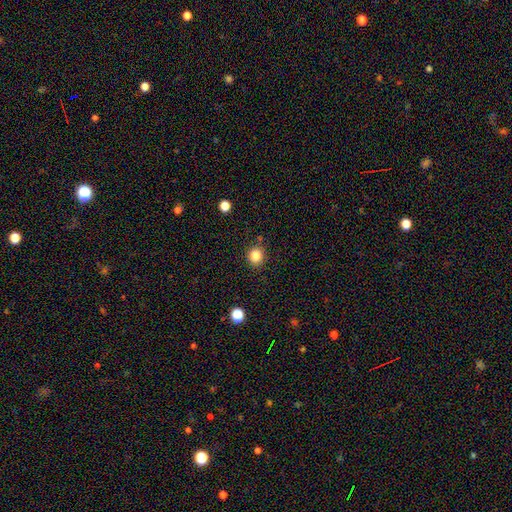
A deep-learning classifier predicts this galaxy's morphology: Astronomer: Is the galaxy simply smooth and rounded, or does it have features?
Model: smooth — 84%.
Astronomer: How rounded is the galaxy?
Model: round — 85%.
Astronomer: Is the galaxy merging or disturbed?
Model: none — 87%.